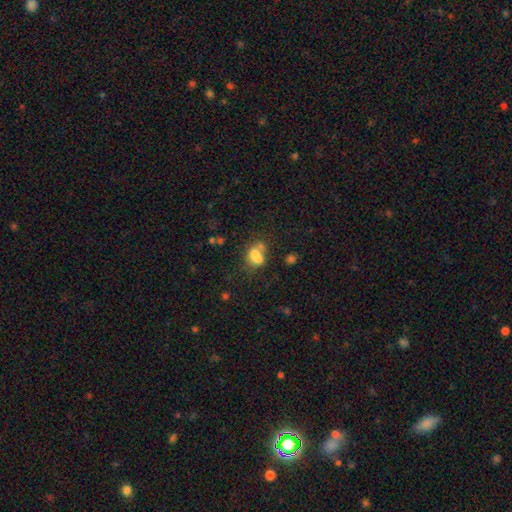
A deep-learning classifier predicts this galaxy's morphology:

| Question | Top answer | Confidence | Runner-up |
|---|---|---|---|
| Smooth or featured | smooth | 71% | featured or disk (16%) |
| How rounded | in between | 70% | round (28%) |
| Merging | merger | 41% | none (31%) |